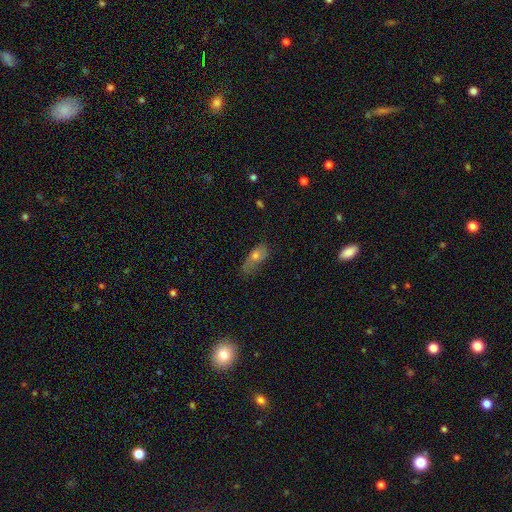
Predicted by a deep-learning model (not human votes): Smooth or featured?
  - smooth: 64% *
  - featured or disk: 25%
  - star or artifact: 11%
How rounded?
  - in between: 75% *
  - cigar-shaped: 19%
  - round: 6%
Merging?
  - none: 45% *
  - minor disturbance: 34%
  - major disturbance: 17%
  - merger: 3%